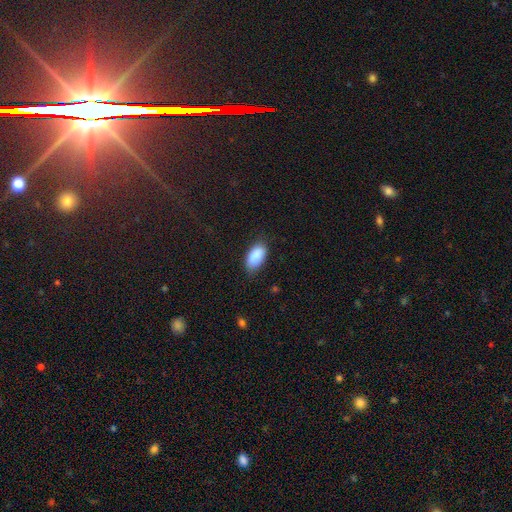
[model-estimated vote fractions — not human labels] This is clearly a smooth galaxy (89%). How rounded: clearly in between (94%). Merging: likely none (75%).